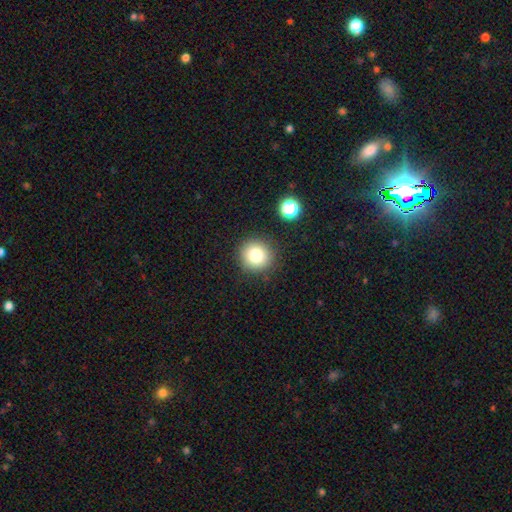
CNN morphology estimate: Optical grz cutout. It shows a smooth galaxy with no disk features (79%) that is round (94%). Merging: none (88%).